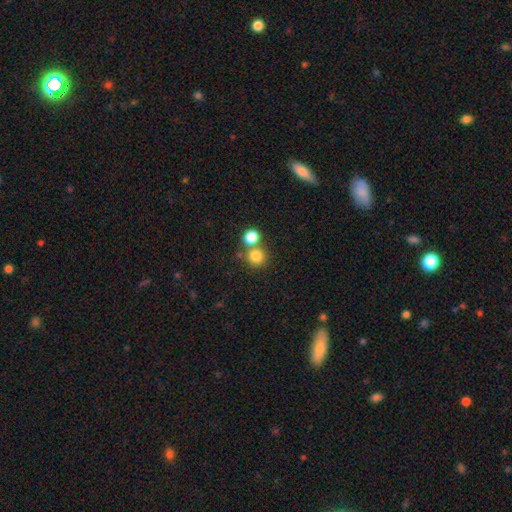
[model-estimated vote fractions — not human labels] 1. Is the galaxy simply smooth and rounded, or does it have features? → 80% smooth, 13% star or artifact, 7% featured or disk.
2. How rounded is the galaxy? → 91% round, 8% in between, 1% cigar-shaped.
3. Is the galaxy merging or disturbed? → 60% none, 30% merger, 7% minor disturbance, 3% major disturbance.